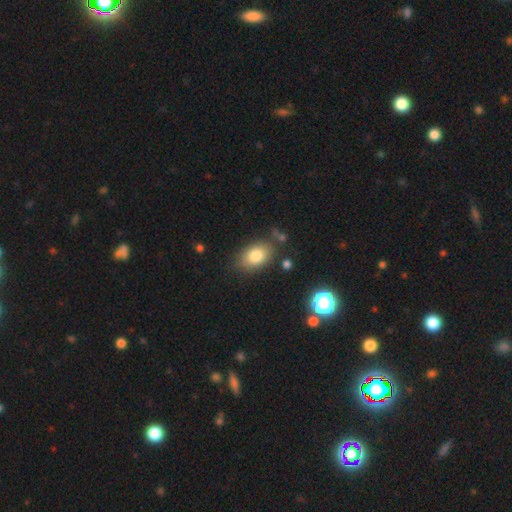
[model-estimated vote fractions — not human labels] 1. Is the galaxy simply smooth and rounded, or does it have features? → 81% smooth, 10% featured or disk, 9% star or artifact.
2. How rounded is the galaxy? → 86% in between, 12% round, 2% cigar-shaped.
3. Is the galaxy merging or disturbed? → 78% none, 14% minor disturbance, 4% merger, 4% major disturbance.